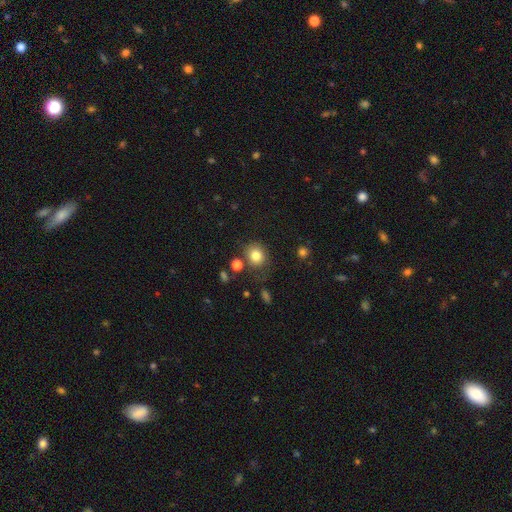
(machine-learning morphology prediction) type=smooth (82%); roundness=round (77%); merging=none (72%).